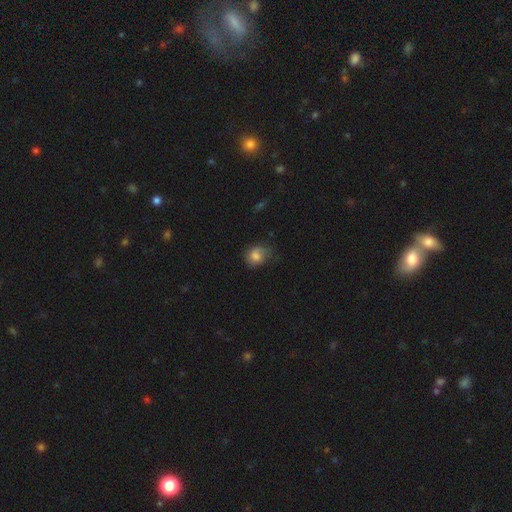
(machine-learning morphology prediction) type=smooth (75%); roundness=round (57%); merging=none (48%).